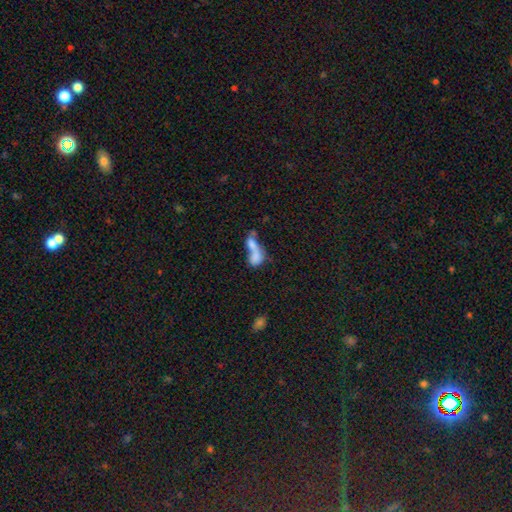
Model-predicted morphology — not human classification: The model was most divided on "smooth or featured": smooth: 68%, featured or disk: 22%, star or artifact: 10%. More confident: merging — merger (72%); how rounded — in between (71%).